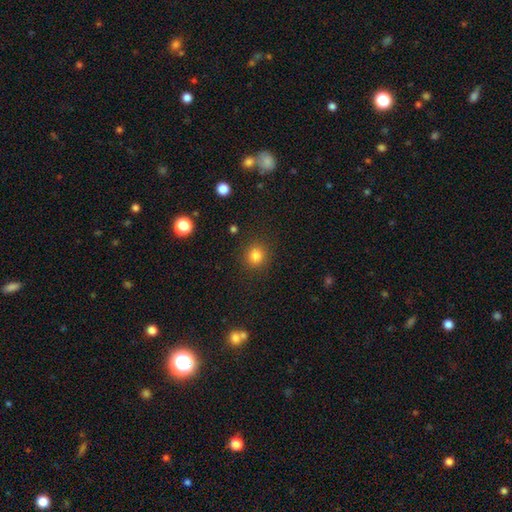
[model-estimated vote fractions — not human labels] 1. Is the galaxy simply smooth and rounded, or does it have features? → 83% smooth, 12% star or artifact, 5% featured or disk.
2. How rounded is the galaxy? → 89% round, 10% in between, 1% cigar-shaped.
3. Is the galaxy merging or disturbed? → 89% none, 7% minor disturbance, 3% major disturbance, 1% merger.